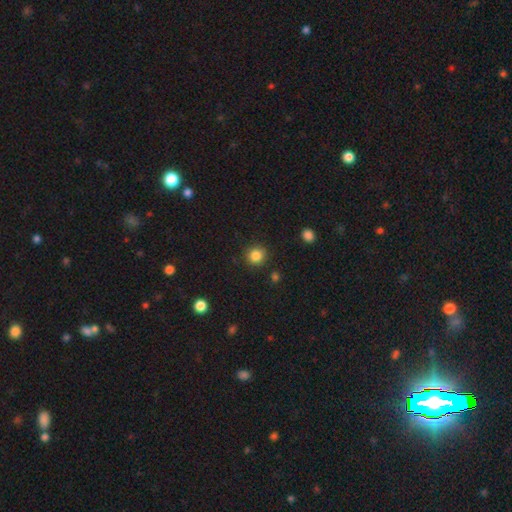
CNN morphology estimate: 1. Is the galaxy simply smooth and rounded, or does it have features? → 85% smooth, 11% star or artifact, 4% featured or disk.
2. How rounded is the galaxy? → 93% round, 7% in between, 1% cigar-shaped.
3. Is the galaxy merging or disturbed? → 89% none, 7% minor disturbance, 2% major disturbance, 2% merger.